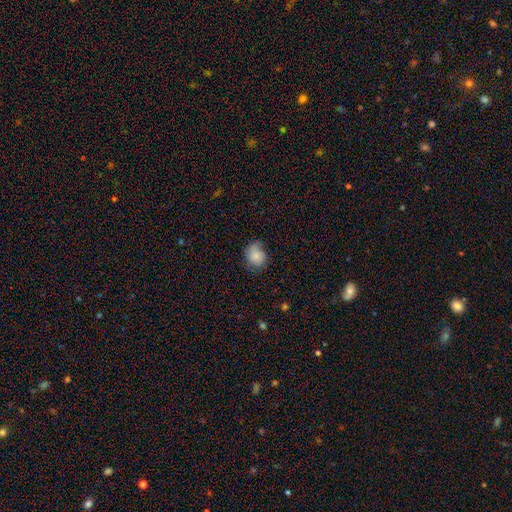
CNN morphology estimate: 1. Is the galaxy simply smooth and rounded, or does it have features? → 77% smooth, 14% featured or disk, 9% star or artifact.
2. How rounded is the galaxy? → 61% round, 38% in between, 1% cigar-shaped.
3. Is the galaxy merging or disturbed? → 50% none, 34% minor disturbance, 13% major disturbance, 3% merger.